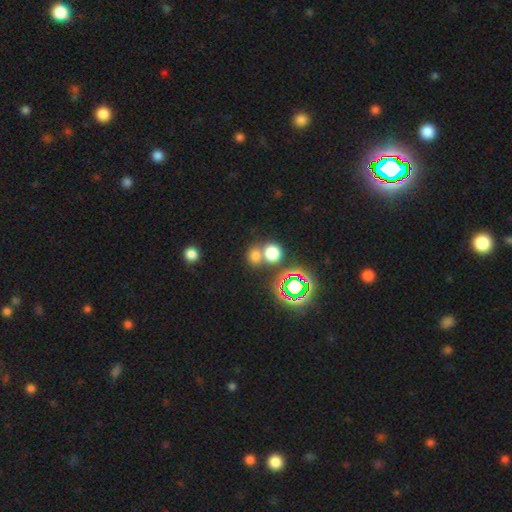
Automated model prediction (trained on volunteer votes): smooth_or_featured: smooth (p=0.67) [alt: star or artifact p=0.24]
how_rounded: round (p=0.77) [alt: in between p=0.22]
merging: none (p=0.48) [alt: merger p=0.42]